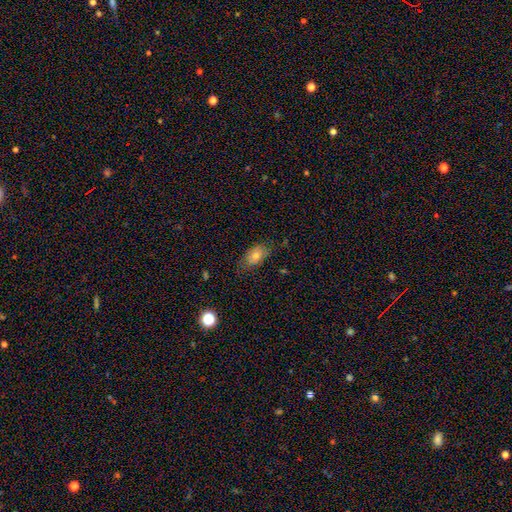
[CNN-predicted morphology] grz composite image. It shows a smooth galaxy with no disk features (67%) that is in between round and cigar-shaped (87%). Merging: none (70%).